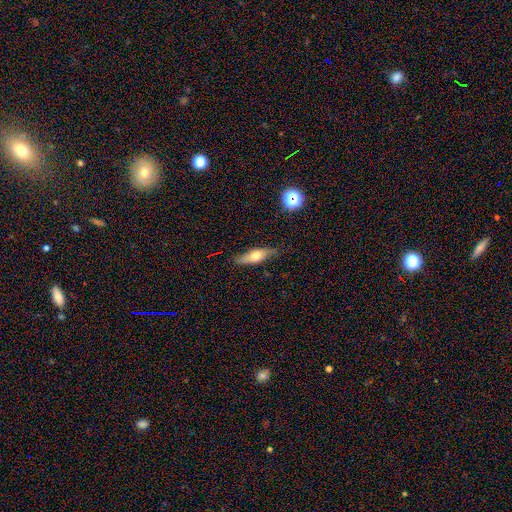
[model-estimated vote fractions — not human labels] smooth_or_featured: smooth (p=0.55) [alt: featured or disk p=0.37]
how_rounded: in between (p=0.49) [alt: cigar-shaped p=0.47]
merging: none (p=0.75) [alt: minor disturbance p=0.20]